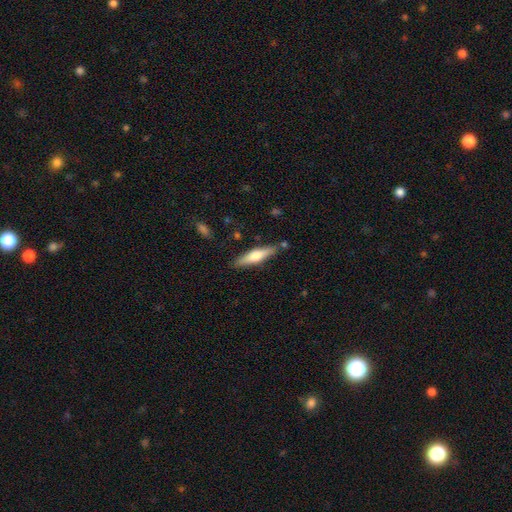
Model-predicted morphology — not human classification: smooth_or_featured: smooth (p=0.49) [alt: featured or disk p=0.46]
merging: none (p=0.83) [alt: minor disturbance p=0.11]